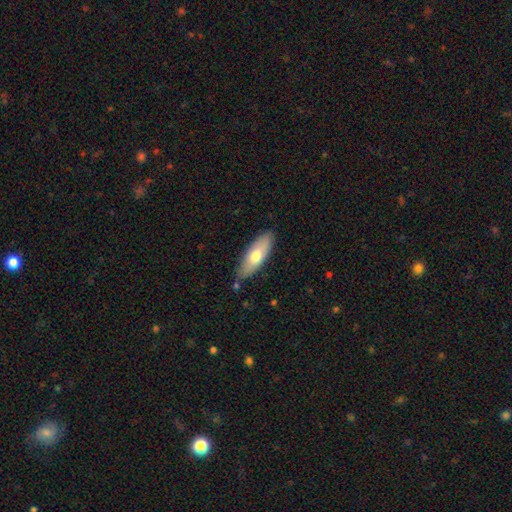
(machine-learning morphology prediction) A smooth galaxy with no disk features (67%) that is in between round and cigar-shaped (64%).

Vote fractions:
- Smooth or featured? smooth: 67% / featured or disk: 27% / star or artifact: 6%
- How rounded? in between: 64% / cigar-shaped: 34% / round: 2%
- Merging? none: 81% / minor disturbance: 14% / major disturbance: 3% / merger: 3%